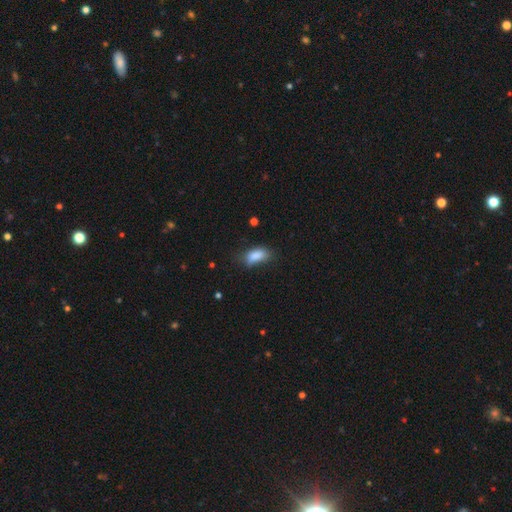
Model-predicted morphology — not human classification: Smooth or featured? Predicted: smooth (p=0.84). How rounded? Predicted: in between (p=0.87). Merging? Predicted: none (p=0.51).